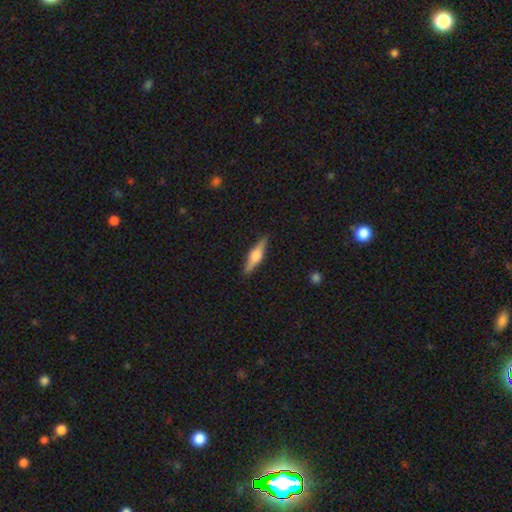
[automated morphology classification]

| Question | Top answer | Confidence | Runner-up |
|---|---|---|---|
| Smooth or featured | featured or disk | 60% | smooth (34%) |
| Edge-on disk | yes | 96% | no (4%) |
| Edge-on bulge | rounded | 89% | boxy (8%) |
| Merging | none | 89% | minor disturbance (8%) |